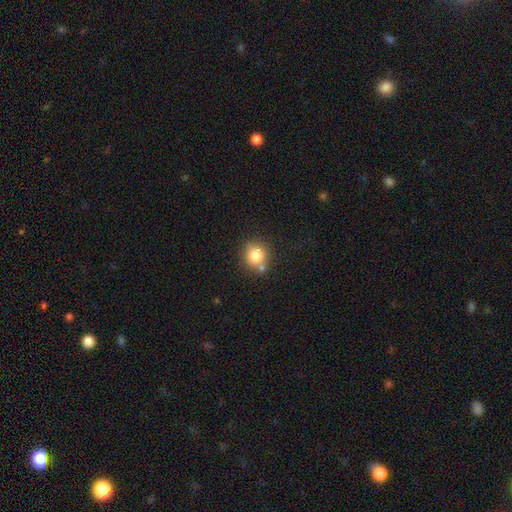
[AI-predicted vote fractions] A smooth galaxy with no disk features (81%) that is round (87%).

Vote fractions:
- Smooth or featured? smooth: 81% / star or artifact: 10% / featured or disk: 9%
- How rounded? round: 87% / in between: 12% / cigar-shaped: 1%
- Merging? none: 65% / merger: 19% / minor disturbance: 13% / major disturbance: 4%